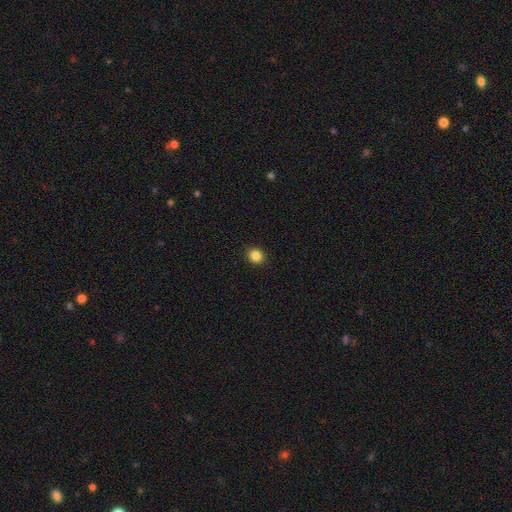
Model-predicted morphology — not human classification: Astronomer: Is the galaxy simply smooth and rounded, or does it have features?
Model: smooth — 86%.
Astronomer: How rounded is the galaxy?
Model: round — 72%.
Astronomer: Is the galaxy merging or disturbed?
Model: none — 92%.